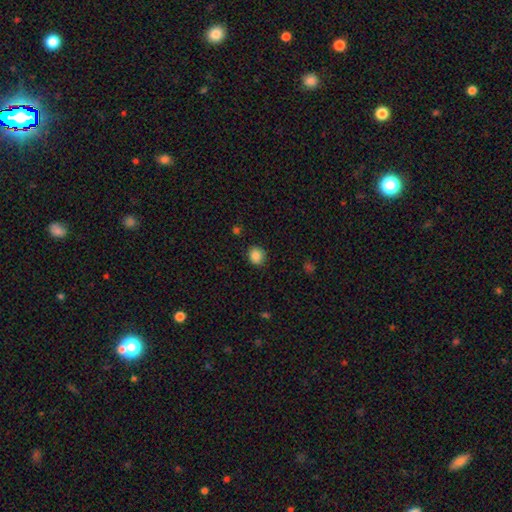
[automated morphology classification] type=smooth (87%); roundness=round (78%); merging=none (88%).